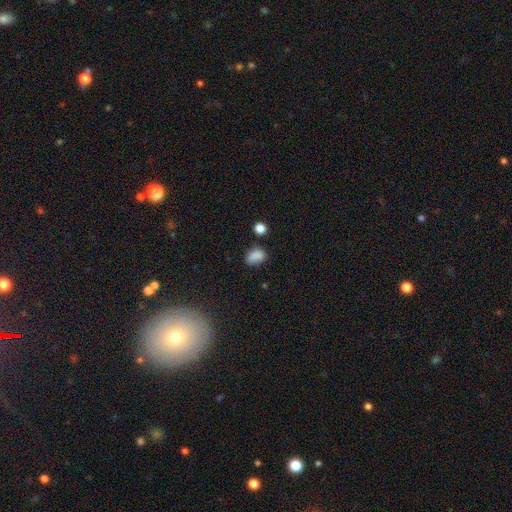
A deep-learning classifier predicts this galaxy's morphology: A smooth galaxy with no disk features (82%) that is in between round and cigar-shaped (77%).

Vote fractions:
- Smooth or featured? smooth: 82% / star or artifact: 12% / featured or disk: 6%
- How rounded? in between: 77% / round: 21% / cigar-shaped: 2%
- Merging? none: 60% / minor disturbance: 25% / major disturbance: 8% / merger: 8%